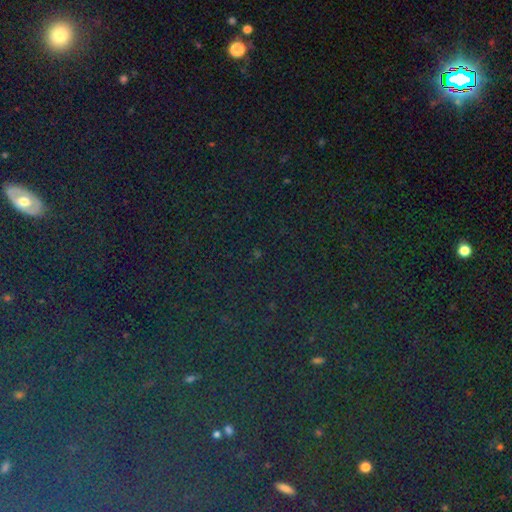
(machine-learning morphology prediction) Q: Smooth or featured?
A: star or artifact (81%); runner-up: smooth (11%)